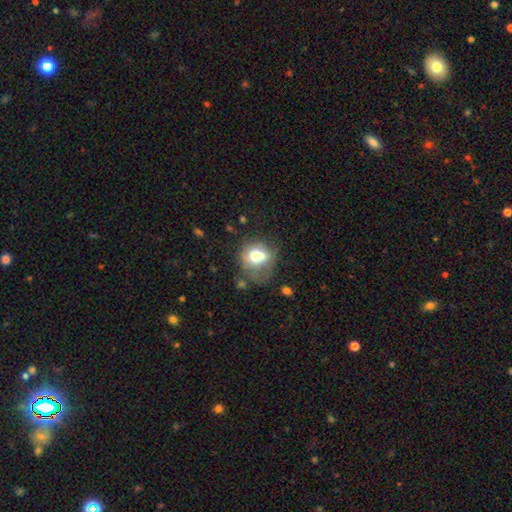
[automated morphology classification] smooth_or_featured: smooth (p=0.64) [alt: featured or disk p=0.25]
how_rounded: round (p=0.64) [alt: in between p=0.35]
merging: none (p=0.41) [alt: minor disturbance p=0.27]